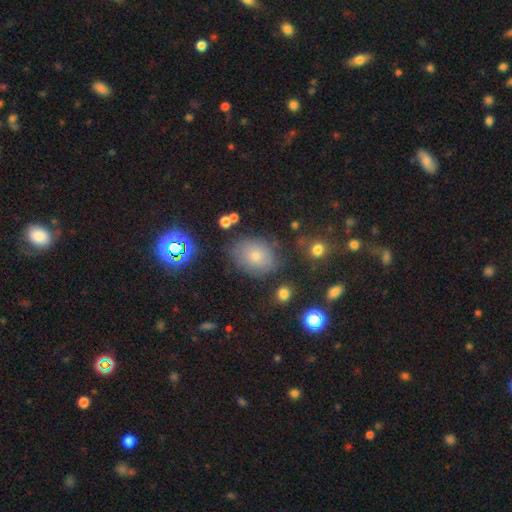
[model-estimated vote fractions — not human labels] A smooth galaxy with no disk features (59%) that is in between round and cigar-shaped (58%).

Vote fractions:
- Smooth or featured? smooth: 59% / star or artifact: 24% / featured or disk: 17%
- How rounded? in between: 58% / round: 41% / cigar-shaped: 1%
- Merging? none: 77% / minor disturbance: 15% / major disturbance: 5% / merger: 3%